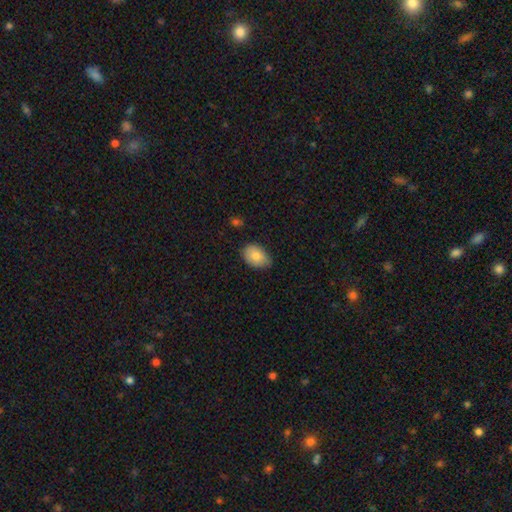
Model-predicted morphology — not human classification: Smooth or featured: smooth — 80% (featured or disk — 12%)
How rounded: in between — 82% (round — 17%)
Merging: none — 68% (minor disturbance — 28%)